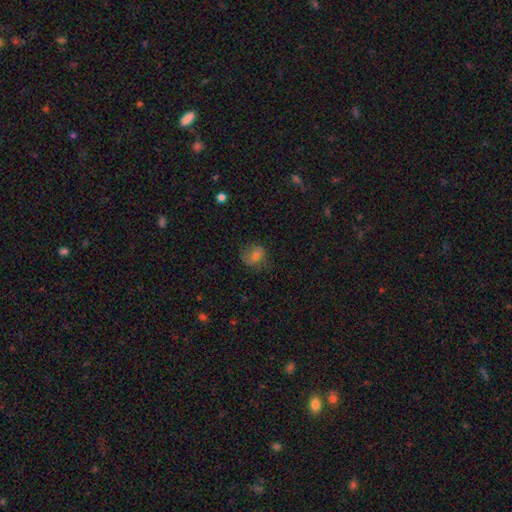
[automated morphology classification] Smooth or featured? smooth (62%)
How rounded? in between (58%)
Merging? none (61%)